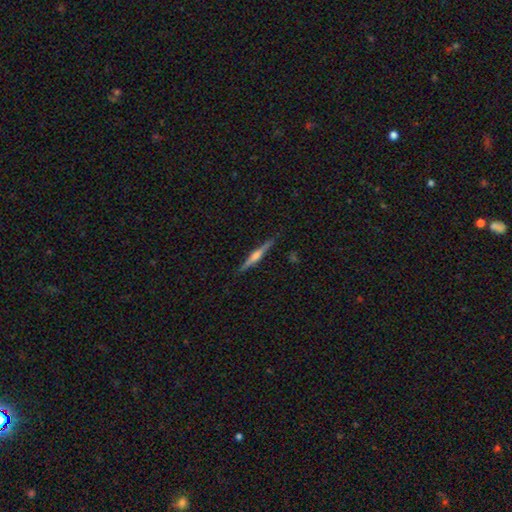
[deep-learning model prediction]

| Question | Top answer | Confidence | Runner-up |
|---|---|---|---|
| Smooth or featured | featured or disk | 73% | smooth (21%) |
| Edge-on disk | yes | 98% | no (2%) |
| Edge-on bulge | rounded | 83% | boxy (10%) |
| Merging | none | 89% | minor disturbance (8%) |